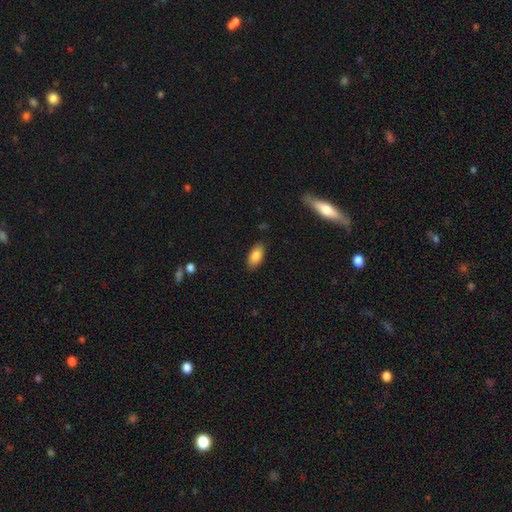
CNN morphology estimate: Smooth or featured? Predicted: smooth (p=0.83). How rounded? Predicted: in between (p=0.91). Merging? Predicted: none (p=0.86).